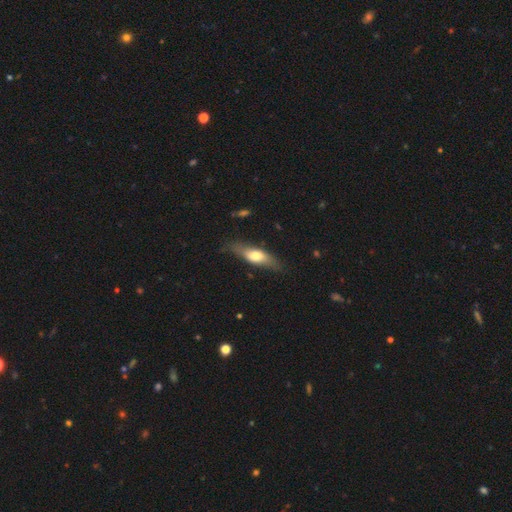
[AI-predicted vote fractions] smooth 59%, featured or disk 35%, star or artifact 6%. Down the decision tree: how rounded — in between (50%); merging — none (75%).